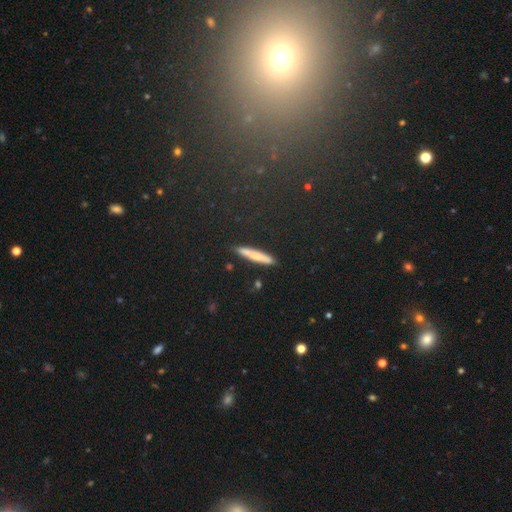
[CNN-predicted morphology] This appears to be a smooth galaxy with no disk features (67%) that is cigar-shaped (93%). Merging: none (86%).